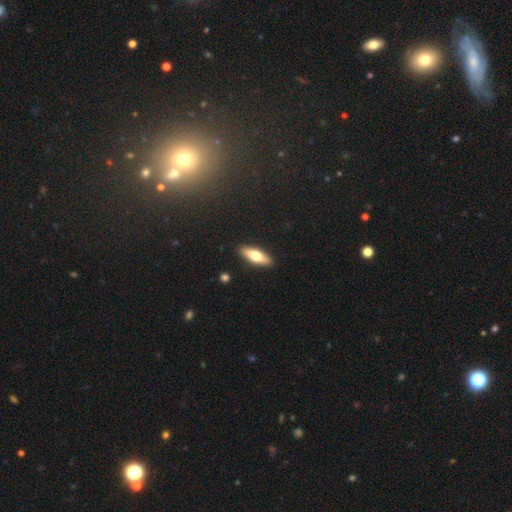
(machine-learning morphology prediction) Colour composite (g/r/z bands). It shows a smooth galaxy with no disk features (62%) that is in between round and cigar-shaped (54%). Merging: none (90%).